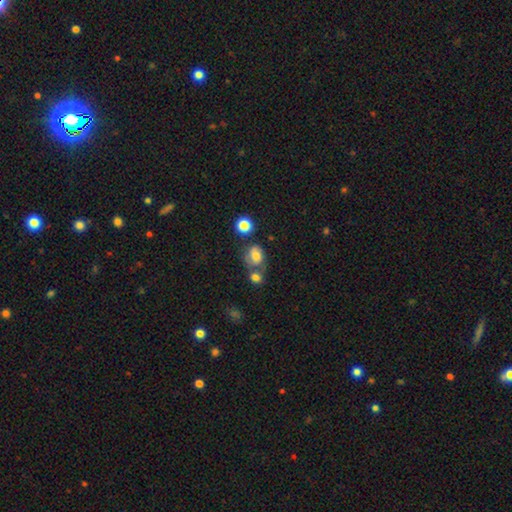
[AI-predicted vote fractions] Q: Smooth or featured?
A: smooth (57%); runner-up: featured or disk (32%)
Q: How rounded?
A: round (55%); runner-up: in between (43%)
Q: Merging?
A: none (40%); runner-up: merger (32%)